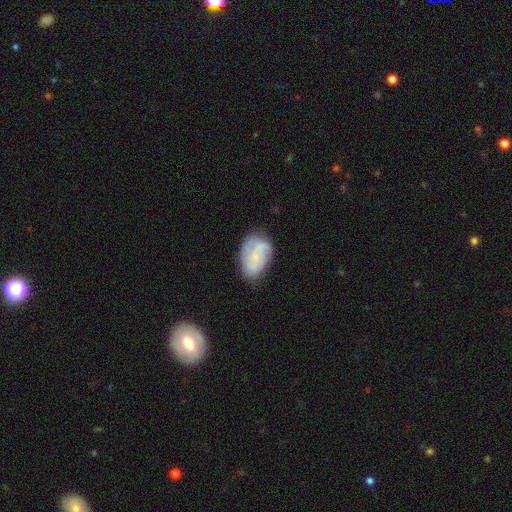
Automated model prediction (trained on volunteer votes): smooth_or_featured: featured or disk (p=0.46) [tied with: smooth p=0.46]
merging: none (p=0.59) [alt: minor disturbance p=0.27]